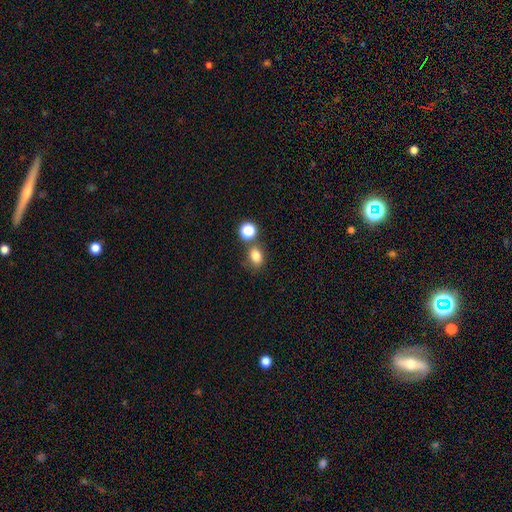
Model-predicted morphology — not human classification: Smooth or featured: smooth — 79% (star or artifact — 14%)
How rounded: in between — 56% (round — 43%)
Merging: none — 67% (merger — 17%)